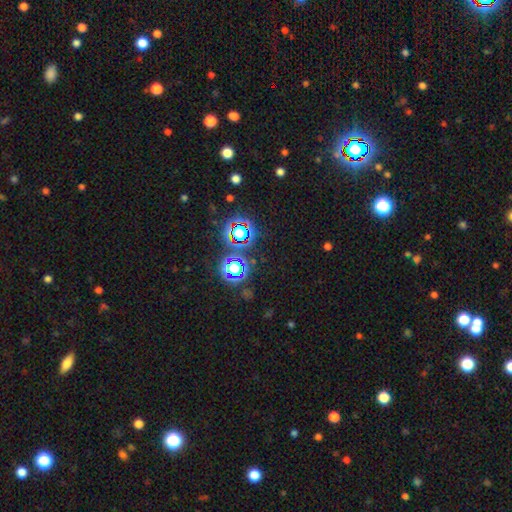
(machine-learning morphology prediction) Smooth or featured?
  - star or artifact: 74% *
  - smooth: 19%
  - featured or disk: 7%